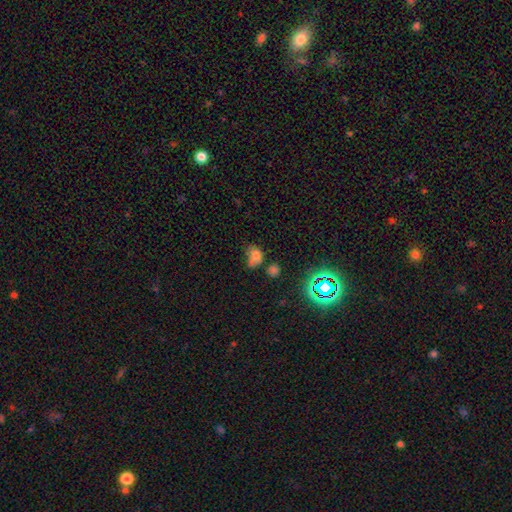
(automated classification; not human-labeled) smooth 69%, star or artifact 20%, featured or disk 11%. Down the decision tree: how rounded — in between (66%); merging — none (31%).